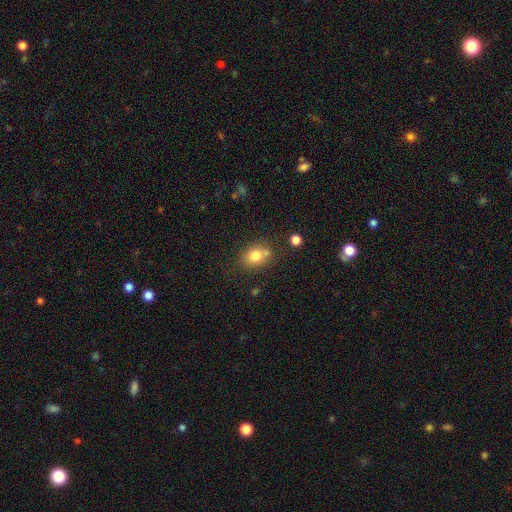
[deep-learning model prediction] smooth-or-featured: smooth: 79% | featured or disk: 11% | star or artifact: 10%
  how-rounded: round: 50% | in between: 49% | cigar-shaped: 1%
  merging: none: 62% | merger: 18% | minor disturbance: 16% | major disturbance: 5%